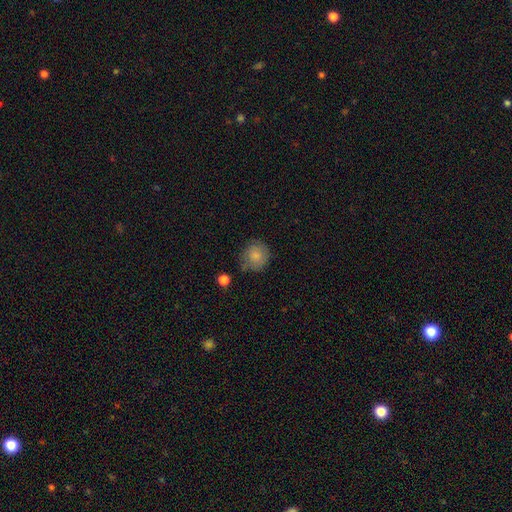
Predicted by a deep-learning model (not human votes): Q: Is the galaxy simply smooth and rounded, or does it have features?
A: smooth — 81%.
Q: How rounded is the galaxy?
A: round — 88%.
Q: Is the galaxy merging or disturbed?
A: none — 69%.